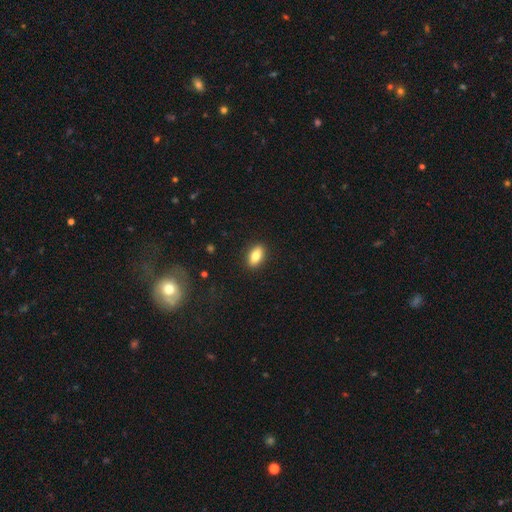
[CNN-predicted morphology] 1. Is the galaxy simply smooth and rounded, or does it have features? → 81% smooth, 12% featured or disk, 8% star or artifact.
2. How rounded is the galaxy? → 86% in between, 8% cigar-shaped, 6% round.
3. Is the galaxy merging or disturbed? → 89% none, 8% minor disturbance, 2% major disturbance, 1% merger.